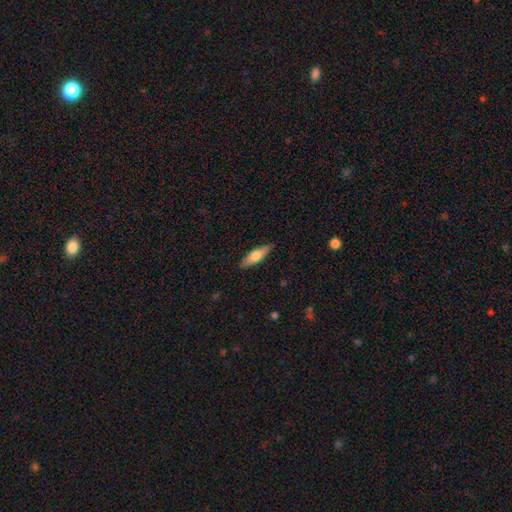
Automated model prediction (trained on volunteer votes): smooth 61%, featured or disk 33%, star or artifact 6%. Down the decision tree: how rounded — cigar-shaped (56%); merging — none (88%).